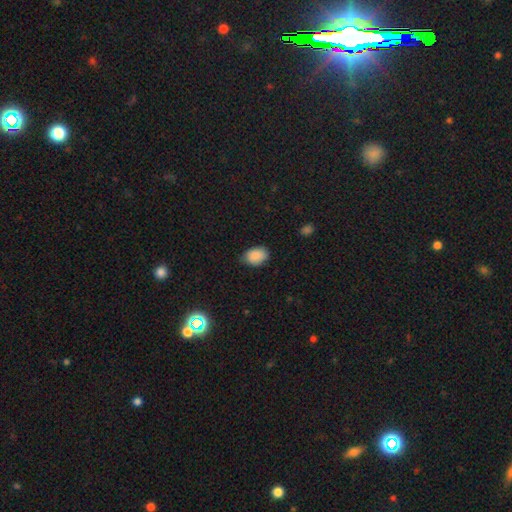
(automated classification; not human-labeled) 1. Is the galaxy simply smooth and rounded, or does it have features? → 88% smooth, 8% star or artifact, 4% featured or disk.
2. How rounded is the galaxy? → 78% in between, 21% round, 1% cigar-shaped.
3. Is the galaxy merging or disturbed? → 72% none, 23% minor disturbance, 4% major disturbance, 1% merger.